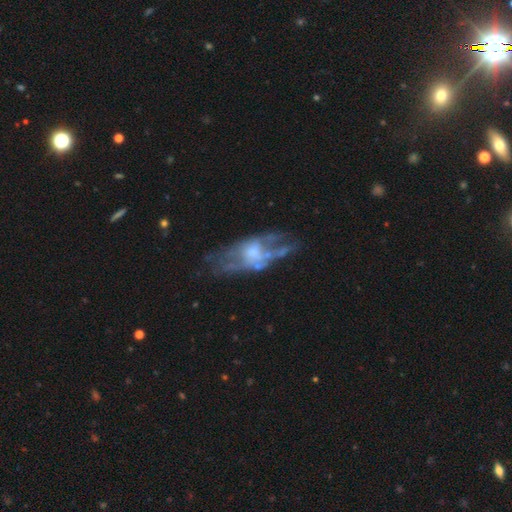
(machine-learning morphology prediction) smooth-or-featured: featured or disk: 70% | smooth: 18% | star or artifact: 11%
  disk-edge-on: no: 85% | yes: 15%
    bar: no: 76% | weak: 19% | strong: 4%
    has-spiral-arms: no: 53% | yes: 47%
    bulge-size: small: 48% | moderate: 39% | none: 8% | large: 3% | dominant: 1%
  merging: none: 49% | major disturbance: 24% | minor disturbance: 21% | merger: 6%